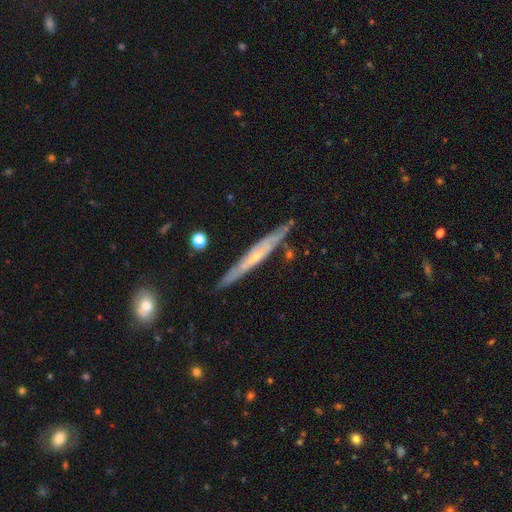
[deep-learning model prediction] Overall: featured or disk (68%). Edge-on disk: yes (88%). Edge-on bulge: none (52%; rounded 42%). Merging: none (82%).